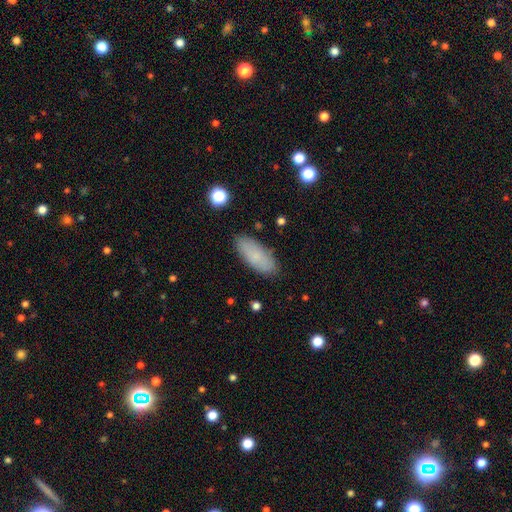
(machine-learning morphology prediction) type=smooth (81%); roundness=in between (81%); merging=none (85%).